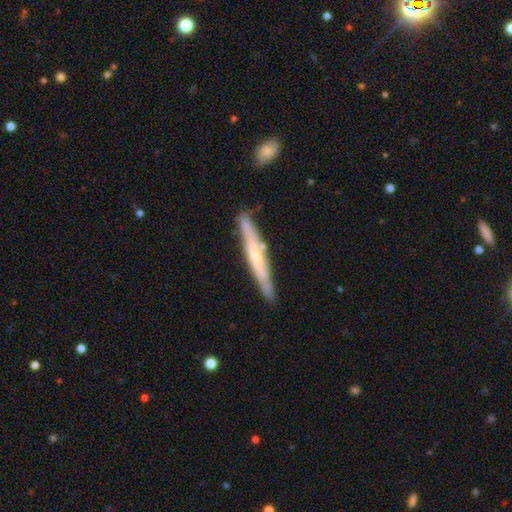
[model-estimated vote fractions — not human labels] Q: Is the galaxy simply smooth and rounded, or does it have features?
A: featured or disk — 60%.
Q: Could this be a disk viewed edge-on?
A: yes — 87%.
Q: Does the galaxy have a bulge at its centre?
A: none — 49%.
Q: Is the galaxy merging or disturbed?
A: none — 80%.